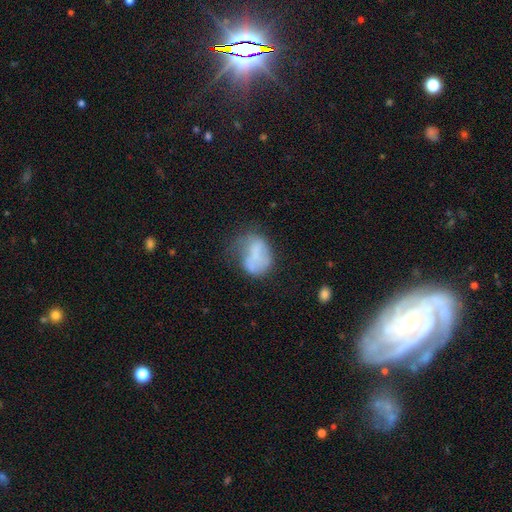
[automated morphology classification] Overall: smooth (60%; featured or disk 30%). How rounded: in between (65%; round 34%). Merging: major disturbance (32%; minor disturbance 30%).